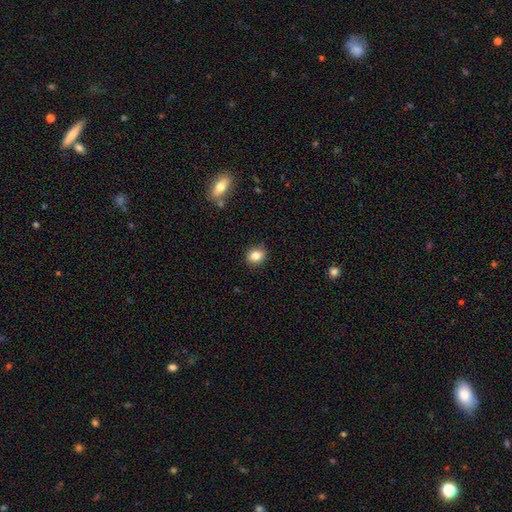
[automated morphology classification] smooth 83%, star or artifact 9%, featured or disk 7%. Down the decision tree: how rounded — in between (52%); merging — none (86%).